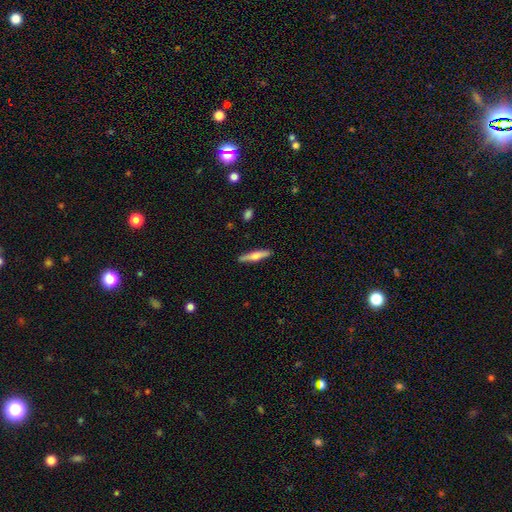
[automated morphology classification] Overall: smooth (56%; featured or disk 38%). How rounded: cigar-shaped (86%). Merging: none (89%).